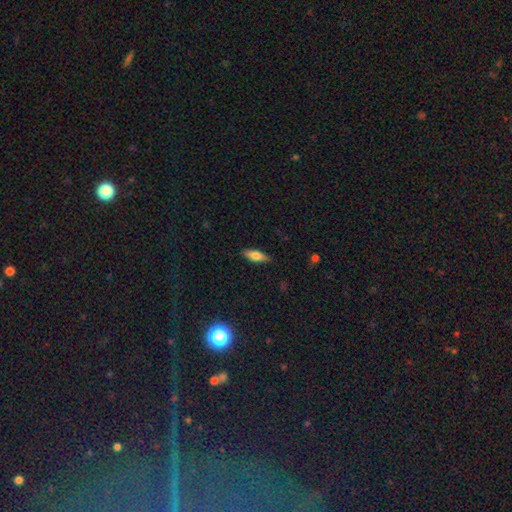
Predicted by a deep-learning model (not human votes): Smooth or featured? smooth (61%)
How rounded? in between (57%)
Merging? none (86%)